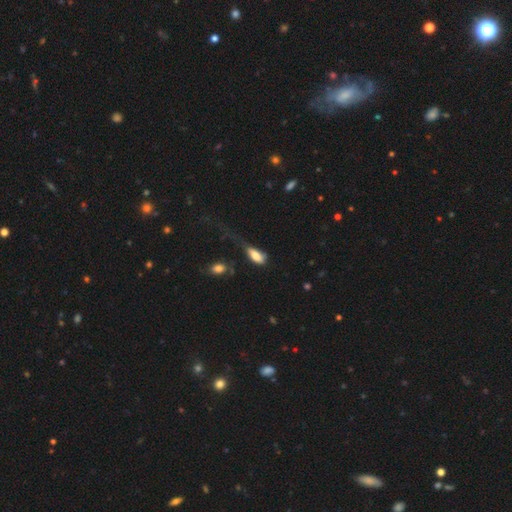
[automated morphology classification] The model was most divided on "merging": major disturbance: 40%, minor disturbance: 27%, none: 27%, merger: 7%. More confident: how rounded — in between (86%); smooth or featured — smooth (78%).